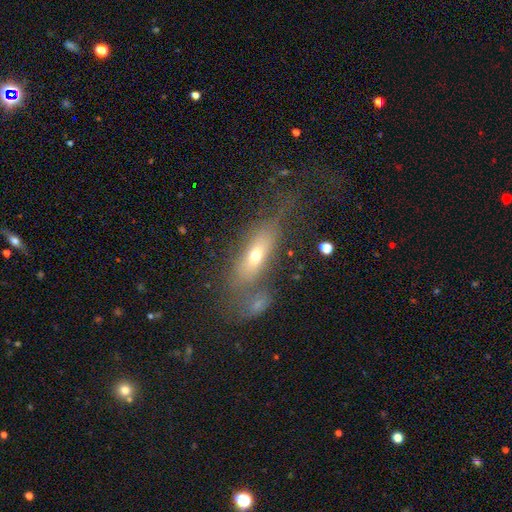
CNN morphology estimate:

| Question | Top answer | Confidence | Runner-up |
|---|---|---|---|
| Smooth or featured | smooth | 57% | featured or disk (31%) |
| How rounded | in between | 63% | cigar-shaped (31%) |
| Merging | none | 44% | major disturbance (21%) |